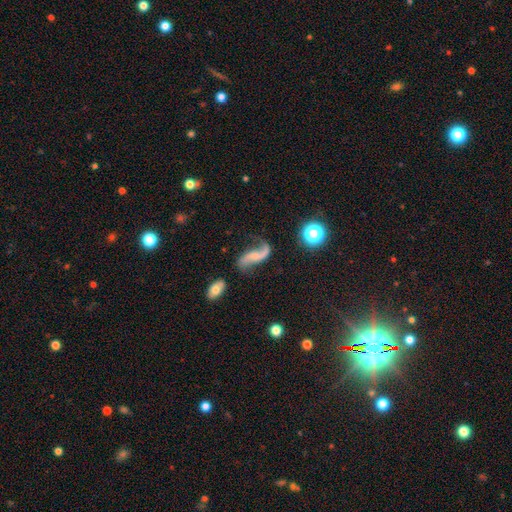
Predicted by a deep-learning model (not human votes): Overall: featured or disk (80%). Edge-on disk: no (95%). Bar: no (51%; weak 32%). Spiral arms: yes (93%). Spiral arm count: 2 (84%). Spiral winding: loose (90%). Bulge size: none (45%; small 36%). Merging: none (55%; minor disturbance 20%).